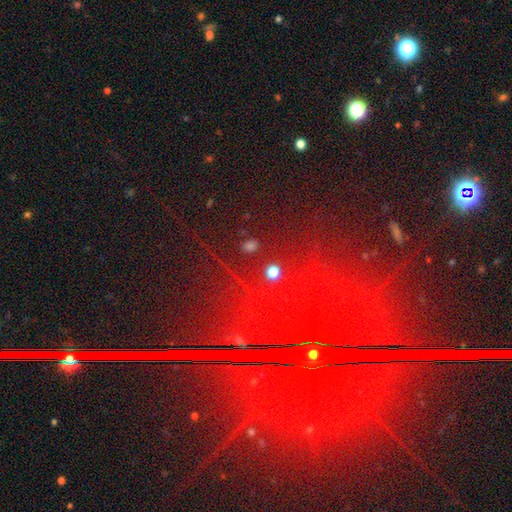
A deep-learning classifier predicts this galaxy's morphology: Q: Smooth or featured?
A: star or artifact (81%); runner-up: featured or disk (11%)